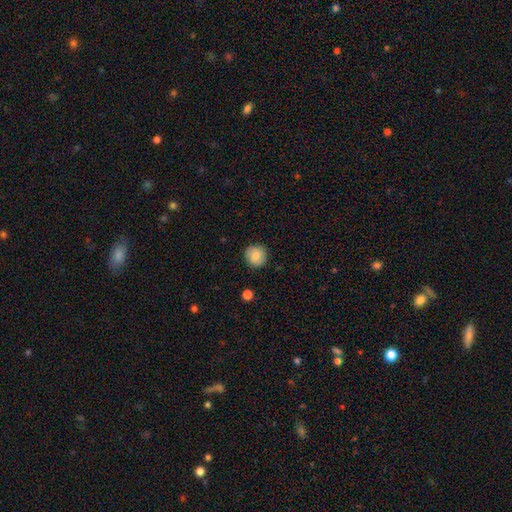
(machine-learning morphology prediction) This appears to be a smooth galaxy with no disk features (77%) that is round (92%). Merging: none (88%).